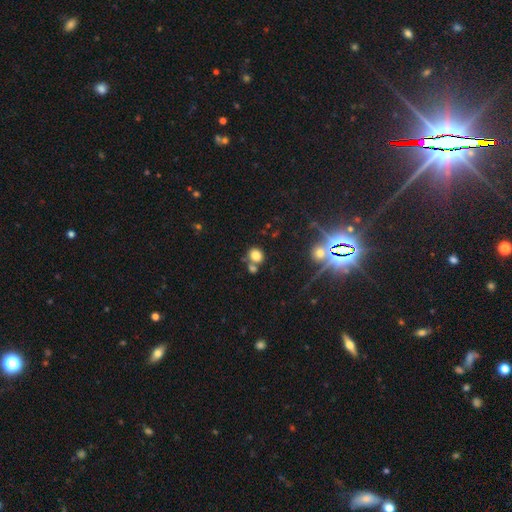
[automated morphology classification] A smooth galaxy with no disk features (78%) that is round (68%). Merging: none (60%).